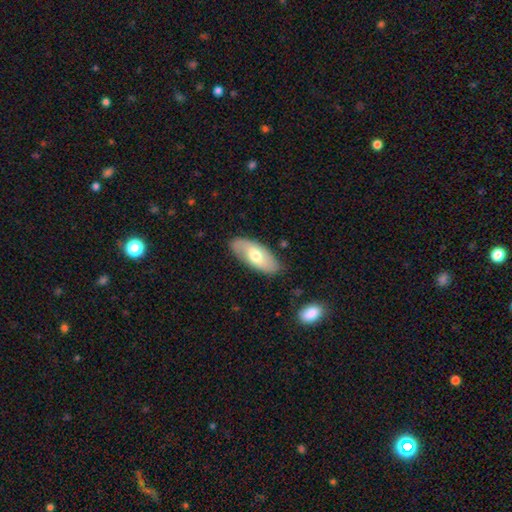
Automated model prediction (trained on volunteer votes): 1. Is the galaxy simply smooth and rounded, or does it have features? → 54% smooth, 40% featured or disk, 5% star or artifact.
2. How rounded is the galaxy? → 88% in between, 10% cigar-shaped, 2% round.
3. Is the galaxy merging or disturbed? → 81% none, 15% minor disturbance, 3% major disturbance, 2% merger.